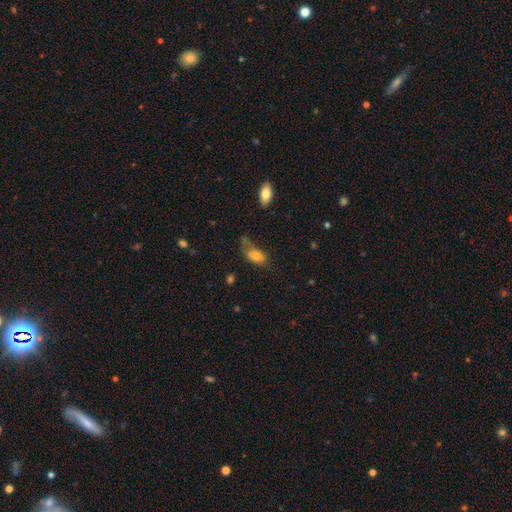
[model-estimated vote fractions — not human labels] smooth 79%, featured or disk 12%, star or artifact 9%. Down the decision tree: how rounded — in between (91%); merging — none (37%).